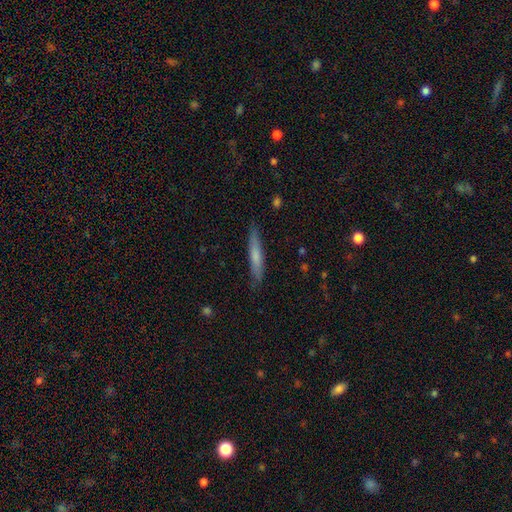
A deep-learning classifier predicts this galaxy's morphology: smooth_or_featured: smooth (p=0.63) [alt: featured or disk p=0.32]
how_rounded: cigar-shaped (p=0.93) [alt: in between p=0.05]
merging: none (p=0.86) [alt: minor disturbance p=0.11]